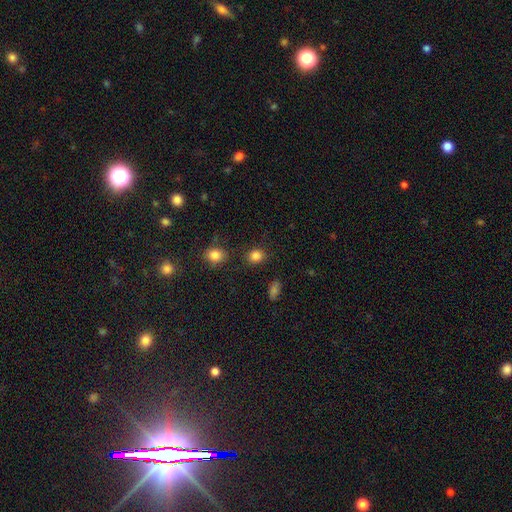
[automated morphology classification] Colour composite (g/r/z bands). It shows a smooth galaxy with no disk features (85%) that is round (65%). Merging: none (83%).